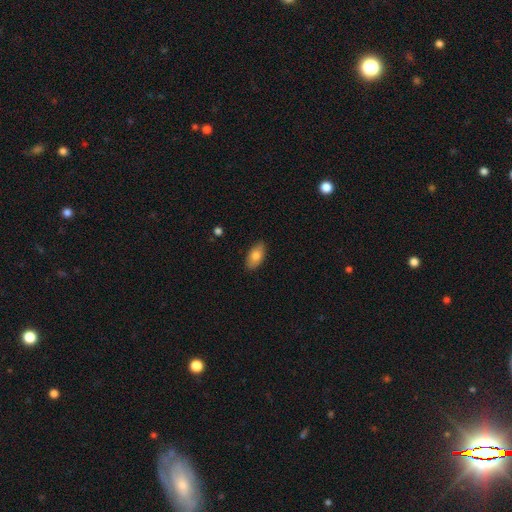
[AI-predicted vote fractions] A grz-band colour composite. It shows a smooth galaxy with no disk features (78%) that is in between round and cigar-shaped (92%). Merging: none (87%).